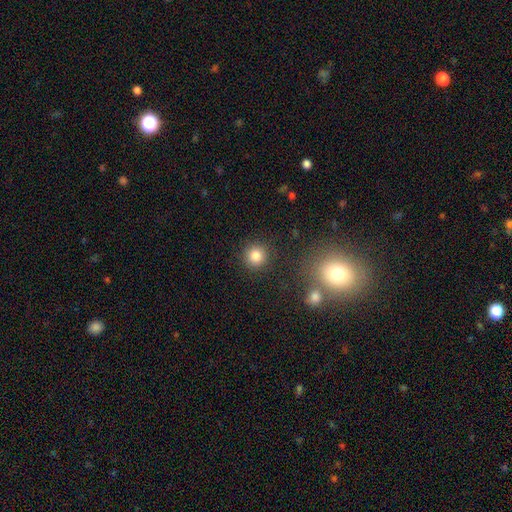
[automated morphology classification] Smooth or featured: smooth — 84% (star or artifact — 11%)
How rounded: round — 93% (in between — 6%)
Merging: none — 89% (minor disturbance — 6%)